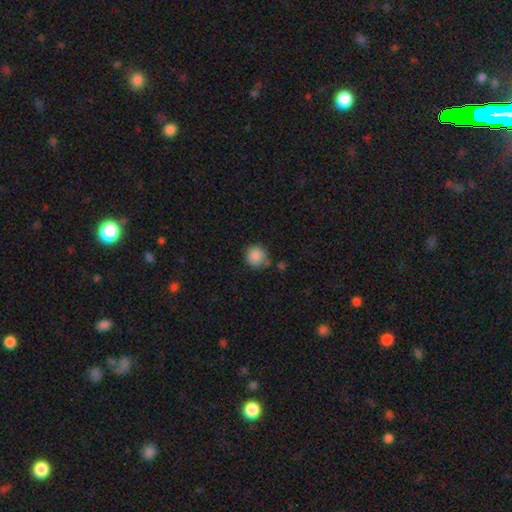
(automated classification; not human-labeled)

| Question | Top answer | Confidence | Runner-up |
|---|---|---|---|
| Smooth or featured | smooth | 88% | star or artifact (9%) |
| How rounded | round | 92% | in between (7%) |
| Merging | none | 77% | minor disturbance (14%) |